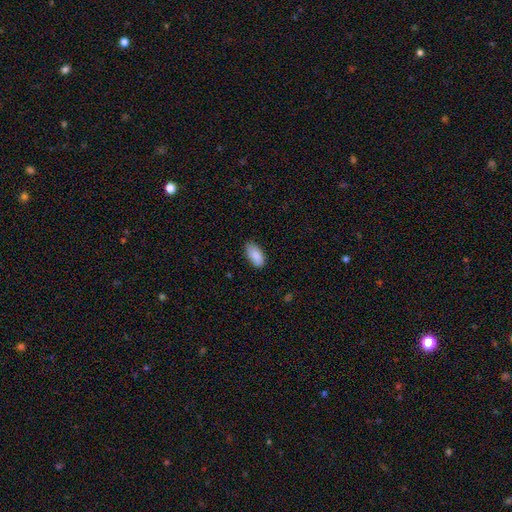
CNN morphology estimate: A smooth galaxy with no disk features (88%) that is in between round and cigar-shaped (93%).

Vote fractions:
- Smooth or featured? smooth: 88% / star or artifact: 6% / featured or disk: 6%
- How rounded? in between: 93% / cigar-shaped: 4% / round: 2%
- Merging? none: 79% / minor disturbance: 17% / major disturbance: 3% / merger: 1%